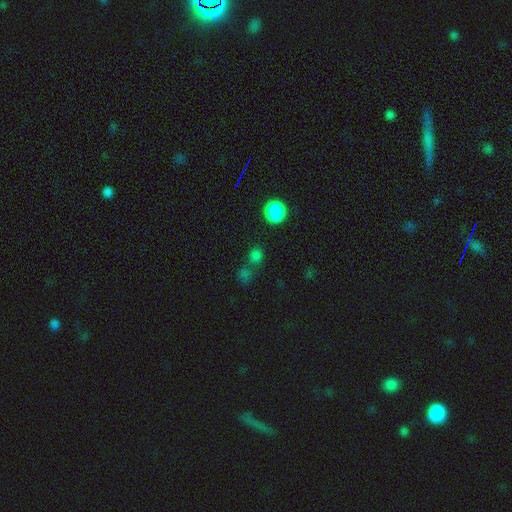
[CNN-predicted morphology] Overall: smooth (70%). How rounded: round (81%). Merging: none (67%).